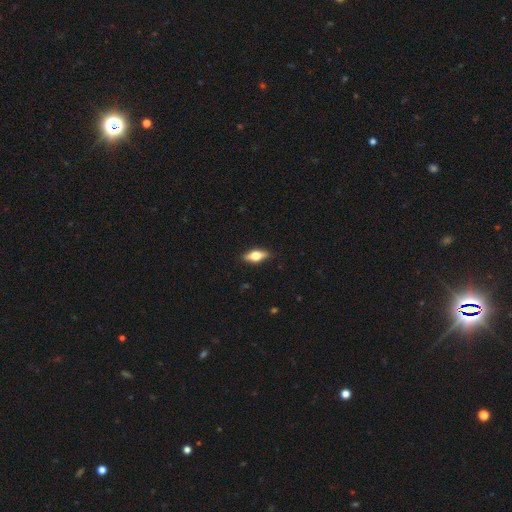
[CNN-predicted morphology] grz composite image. It shows a smooth galaxy with no disk features (54%) that is in between round and cigar-shaped (72%). Merging: none (88%).